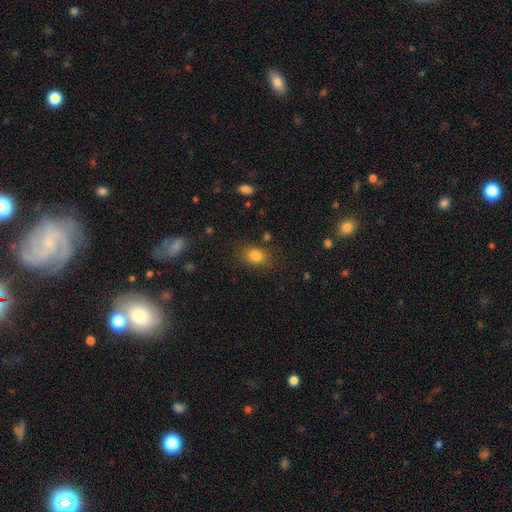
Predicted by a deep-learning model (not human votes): Overall: smooth (82%). How rounded: in between (71%). Merging: none (80%).